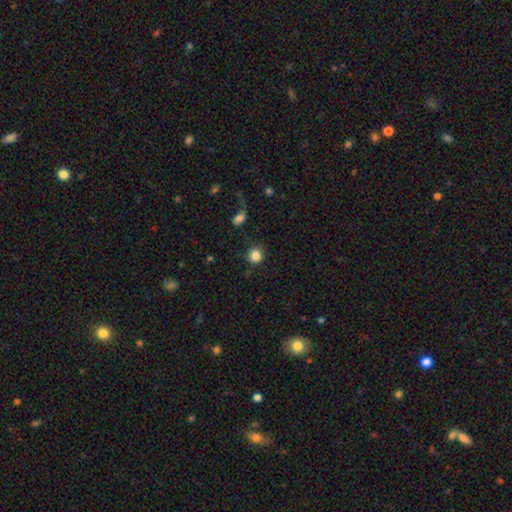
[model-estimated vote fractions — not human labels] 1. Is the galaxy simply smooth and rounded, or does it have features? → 85% smooth, 10% star or artifact, 5% featured or disk.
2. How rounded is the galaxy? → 93% round, 6% in between, 1% cigar-shaped.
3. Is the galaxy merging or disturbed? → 83% none, 10% minor disturbance, 4% major disturbance, 3% merger.